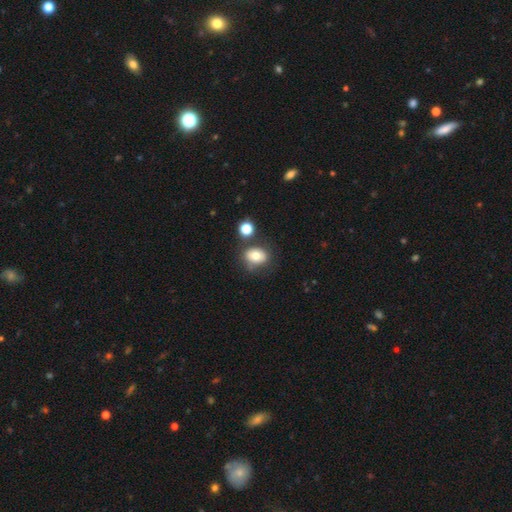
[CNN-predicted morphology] The model was most divided on "how rounded": in between: 55%, round: 44%, cigar-shaped: 1%. More confident: smooth or featured — smooth (73%); merging — none (63%).